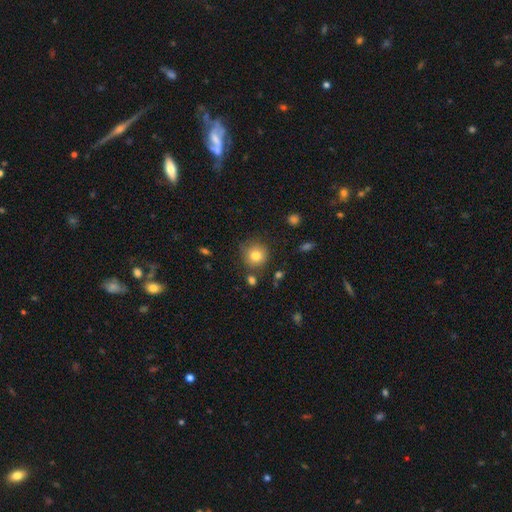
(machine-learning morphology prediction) Smooth or featured? smooth (79%)
How rounded? round (92%)
Merging? none (78%)